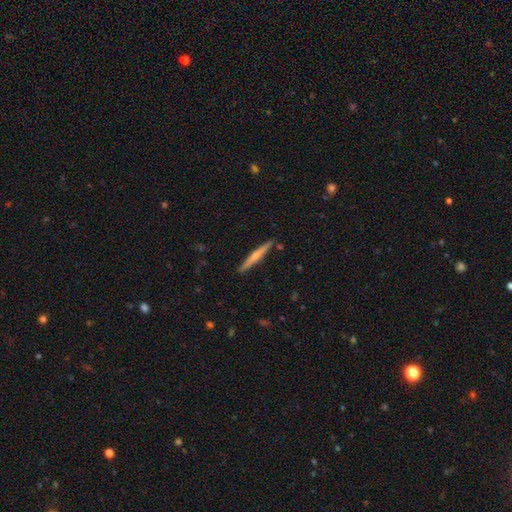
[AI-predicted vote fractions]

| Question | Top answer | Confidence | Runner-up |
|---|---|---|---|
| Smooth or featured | featured or disk | 54% | smooth (40%) |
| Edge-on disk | yes | 98% | no (2%) |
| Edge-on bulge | rounded | 68% | none (24%) |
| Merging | none | 90% | minor disturbance (7%) |